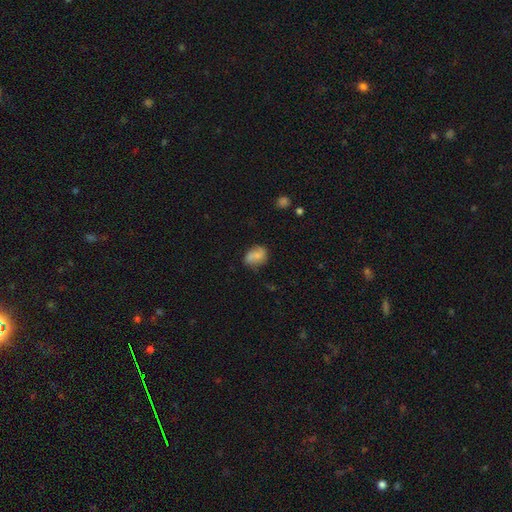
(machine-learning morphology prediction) Smooth or featured: smooth — 69% (featured or disk — 22%)
How rounded: in between — 73% (round — 26%)
Merging: none — 59% (minor disturbance — 29%)